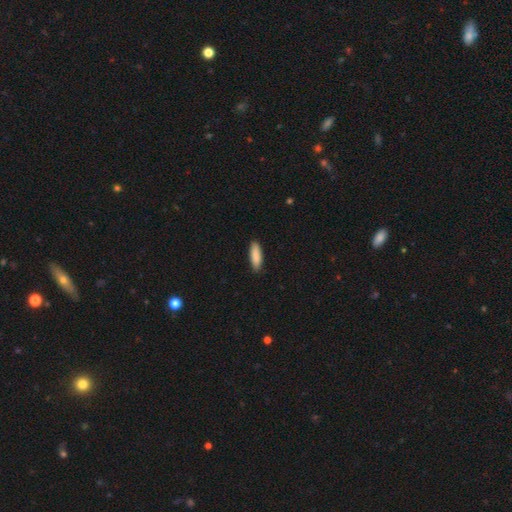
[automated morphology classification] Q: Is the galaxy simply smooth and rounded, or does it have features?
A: smooth — 89%.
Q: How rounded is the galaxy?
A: cigar-shaped — 50%.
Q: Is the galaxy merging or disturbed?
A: none — 88%.